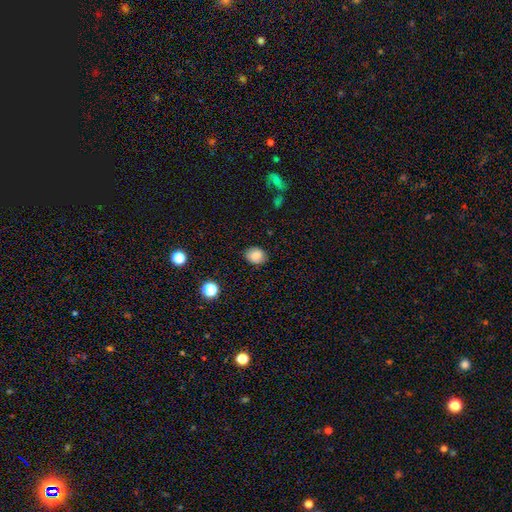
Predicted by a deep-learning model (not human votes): smooth-or-featured: smooth: 82% | star or artifact: 10% | featured or disk: 8%
  how-rounded: round: 53% | in between: 46% | cigar-shaped: 1%
  merging: none: 84% | minor disturbance: 12% | major disturbance: 3% | merger: 1%